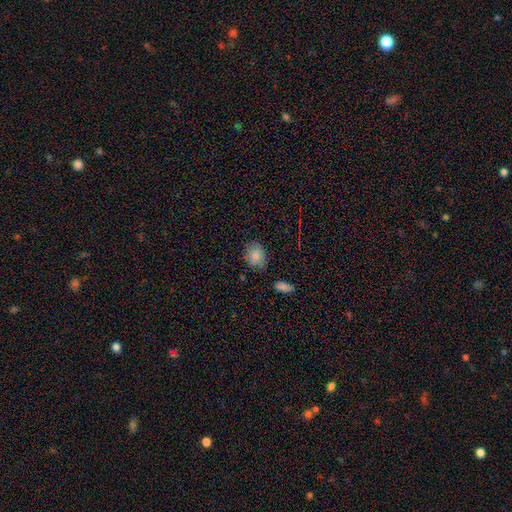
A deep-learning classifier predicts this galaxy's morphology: The model was most divided on "how rounded": in between: 66%, round: 32%, cigar-shaped: 1%. More confident: smooth or featured — smooth (84%); merging — none (75%).